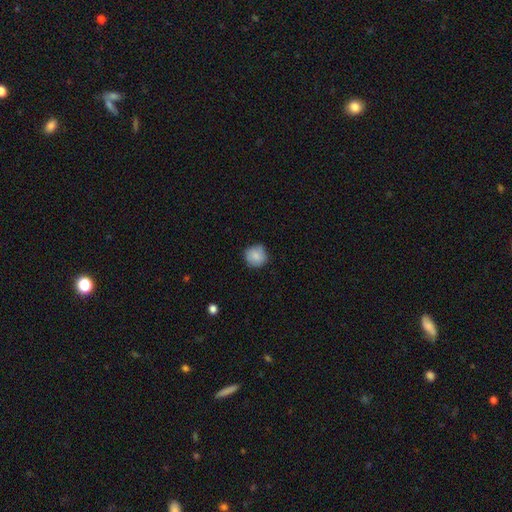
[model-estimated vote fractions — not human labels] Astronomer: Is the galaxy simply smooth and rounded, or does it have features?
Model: smooth — 86%.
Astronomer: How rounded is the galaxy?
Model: round — 92%.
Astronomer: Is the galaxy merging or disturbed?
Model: none — 85%.